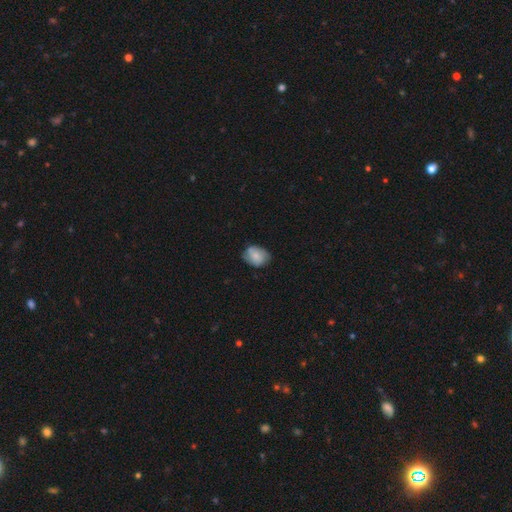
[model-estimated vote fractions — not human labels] Smooth or featured? smooth (70%)
How rounded? in between (62%)
Merging? none (67%)